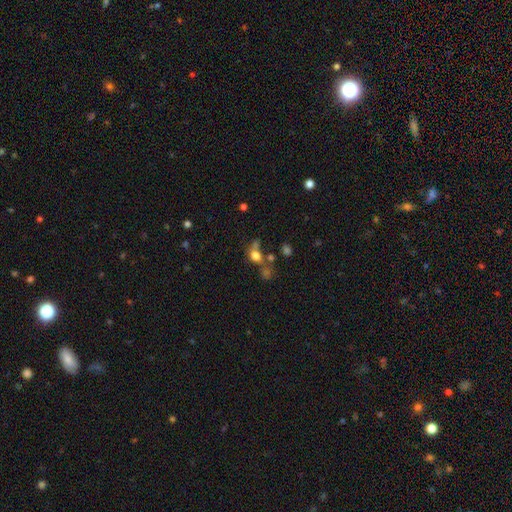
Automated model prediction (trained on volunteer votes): Smooth or featured?
  - smooth: 70% *
  - star or artifact: 17%
  - featured or disk: 14%
How rounded?
  - round: 64% *
  - in between: 34%
  - cigar-shaped: 2%
Merging?
  - none: 41% *
  - merger: 31%
  - minor disturbance: 14%
  - major disturbance: 13%